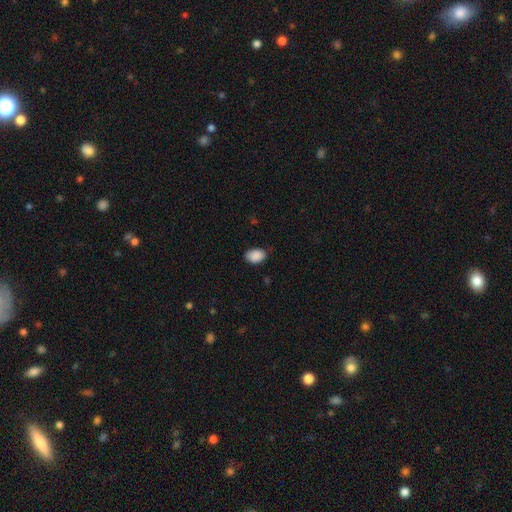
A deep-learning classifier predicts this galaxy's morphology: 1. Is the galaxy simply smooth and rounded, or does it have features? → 89% smooth, 7% star or artifact, 3% featured or disk.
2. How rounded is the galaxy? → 85% in between, 14% round, 1% cigar-shaped.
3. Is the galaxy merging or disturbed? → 76% none, 20% minor disturbance, 3% major disturbance, 1% merger.